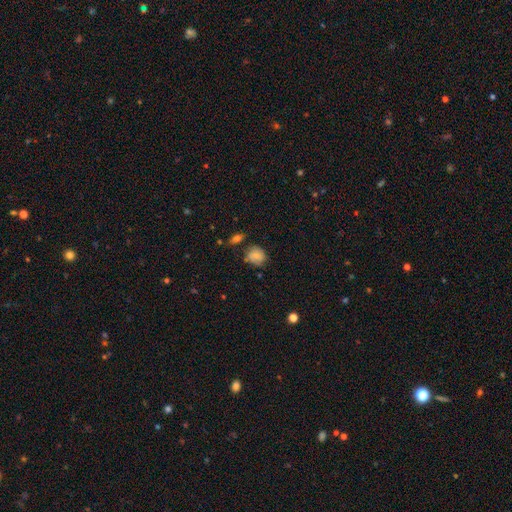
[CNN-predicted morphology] Smooth or featured? smooth (75%)
How rounded? round (67%)
Merging? none (62%)